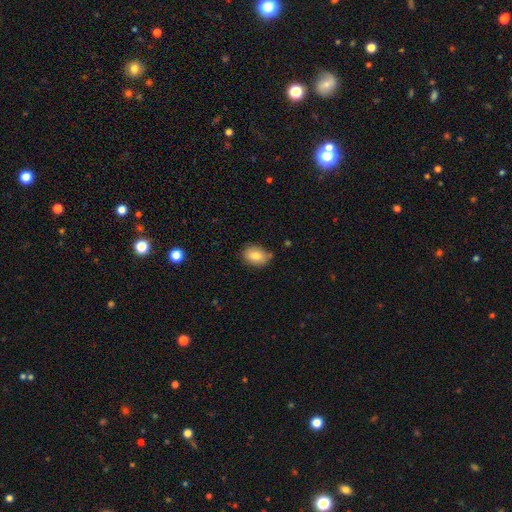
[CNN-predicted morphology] smooth_or_featured: smooth (p=0.81) [alt: featured or disk p=0.11]
how_rounded: in between (p=0.75) [alt: round p=0.24]
merging: none (p=0.70) [alt: minor disturbance p=0.23]